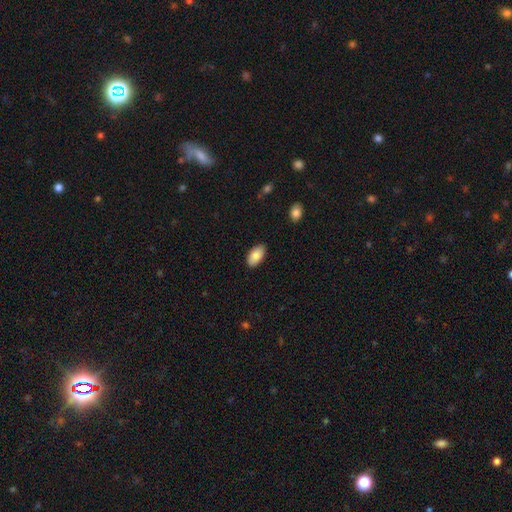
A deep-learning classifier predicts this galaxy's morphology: A smooth galaxy with no disk features (85%) that is in between round and cigar-shaped (95%).

Vote fractions:
- Smooth or featured? smooth: 85% / featured or disk: 9% / star or artifact: 7%
- How rounded? in between: 95% / round: 3% / cigar-shaped: 2%
- Merging? none: 87% / minor disturbance: 10% / major disturbance: 2% / merger: 1%